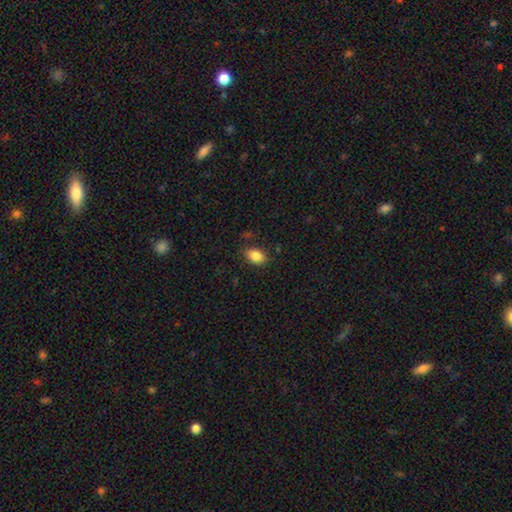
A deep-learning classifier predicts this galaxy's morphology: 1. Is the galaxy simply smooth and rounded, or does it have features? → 85% smooth, 9% star or artifact, 7% featured or disk.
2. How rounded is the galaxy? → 83% in between, 16% round, 1% cigar-shaped.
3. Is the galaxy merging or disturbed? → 81% none, 14% minor disturbance, 3% major disturbance, 2% merger.